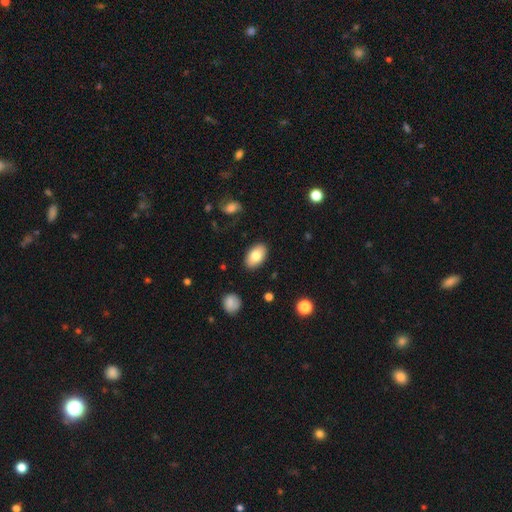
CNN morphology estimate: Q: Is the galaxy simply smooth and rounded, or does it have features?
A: smooth — 79%.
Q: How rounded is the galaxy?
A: in between — 93%.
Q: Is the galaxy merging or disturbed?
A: none — 87%.